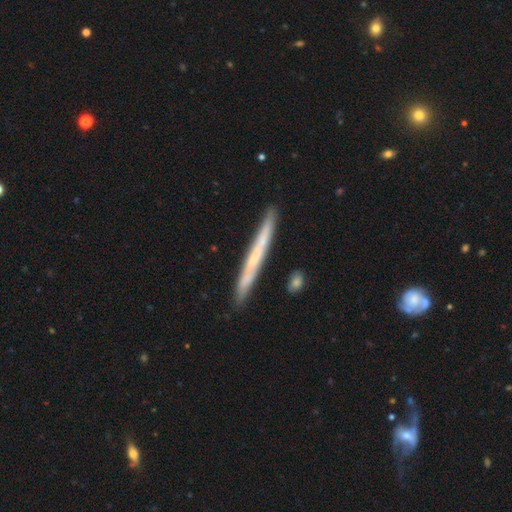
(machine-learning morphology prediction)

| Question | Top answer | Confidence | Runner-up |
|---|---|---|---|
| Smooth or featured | featured or disk | 53% | smooth (41%) |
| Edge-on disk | yes | 94% | no (6%) |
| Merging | none | 88% | minor disturbance (9%) |